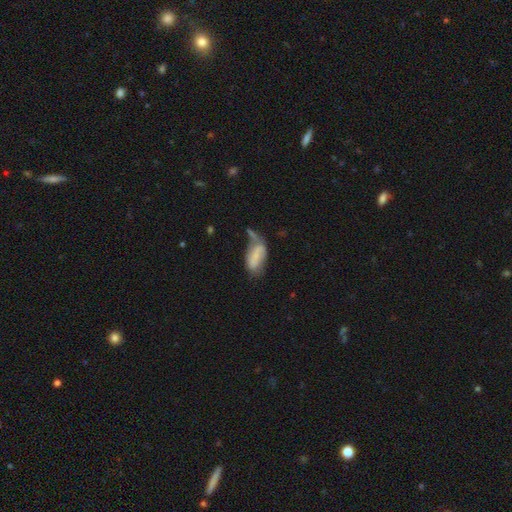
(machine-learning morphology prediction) smooth_or_featured: smooth (p=0.58) [alt: featured or disk p=0.33]
how_rounded: in between (p=0.91) [alt: cigar-shaped p=0.06]
merging: minor disturbance (p=0.29) [tied with: none p=0.29]